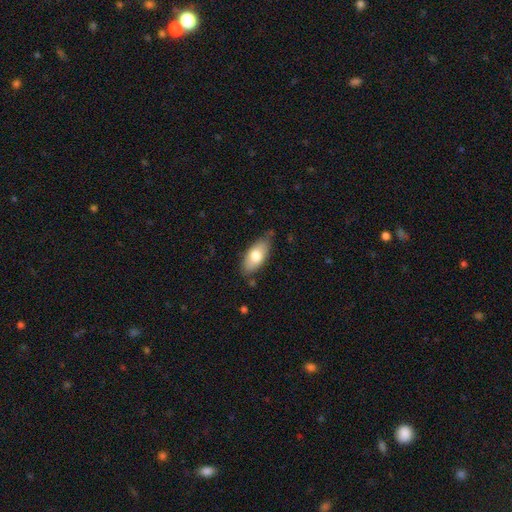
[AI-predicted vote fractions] Overall: smooth (74%). How rounded: in between (87%). Merging: none (70%).